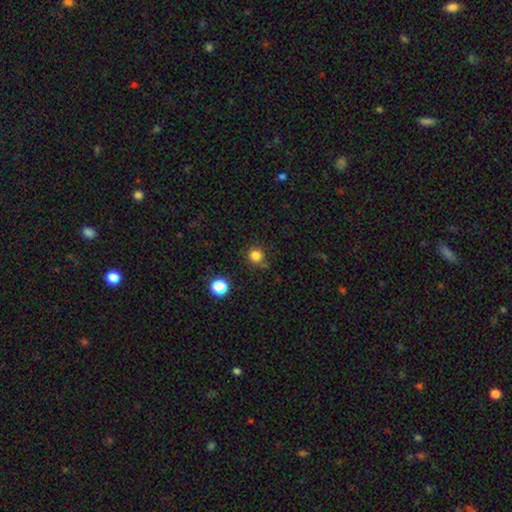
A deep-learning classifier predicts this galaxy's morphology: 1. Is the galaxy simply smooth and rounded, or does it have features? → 82% smooth, 14% star or artifact, 4% featured or disk.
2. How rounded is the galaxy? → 93% round, 6% in between, 1% cigar-shaped.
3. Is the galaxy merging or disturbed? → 78% none, 13% minor disturbance, 5% merger, 4% major disturbance.